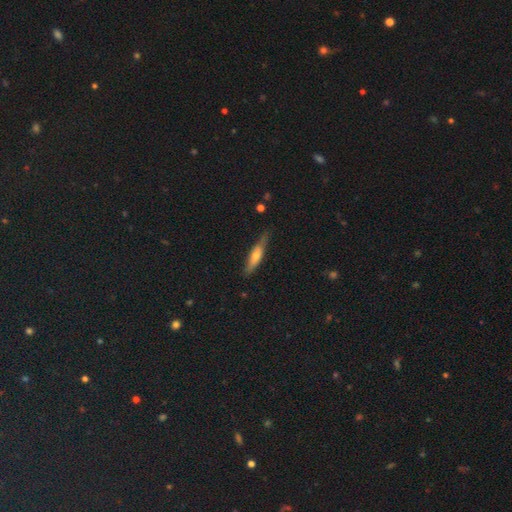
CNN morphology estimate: smooth_or_featured: smooth (p=0.49) [alt: featured or disk p=0.44]
merging: none (p=0.75) [alt: minor disturbance p=0.20]